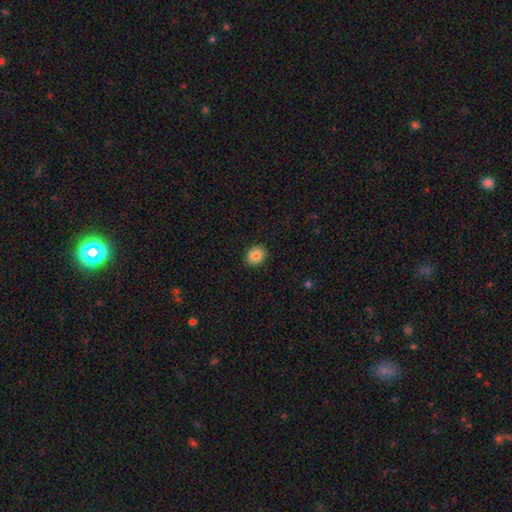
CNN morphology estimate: Smooth or featured? Predicted: smooth (p=0.84). How rounded? Predicted: round (p=0.71). Merging? Predicted: none (p=0.91).